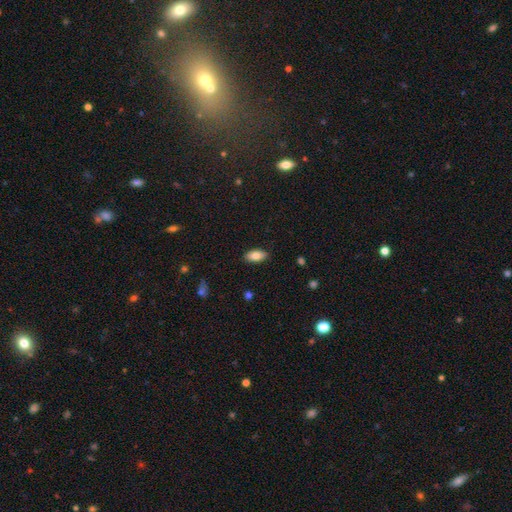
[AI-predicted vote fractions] Q: Smooth or featured?
A: smooth (83%); runner-up: featured or disk (10%)
Q: How rounded?
A: in between (92%); runner-up: cigar-shaped (5%)
Q: Merging?
A: none (87%); runner-up: minor disturbance (10%)